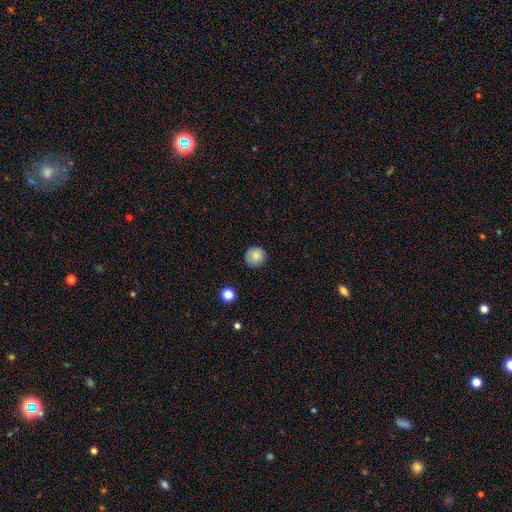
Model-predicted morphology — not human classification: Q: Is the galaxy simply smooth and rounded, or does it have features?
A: smooth — 82%.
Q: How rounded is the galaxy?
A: round — 93%.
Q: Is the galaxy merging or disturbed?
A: none — 85%.